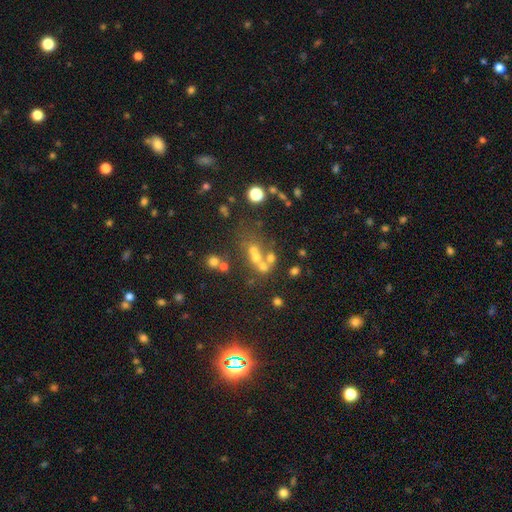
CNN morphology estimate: smooth_or_featured: smooth (p=0.41) [alt: star or artifact p=0.34]
merging: merger (p=0.41) [tied with: none p=0.41]